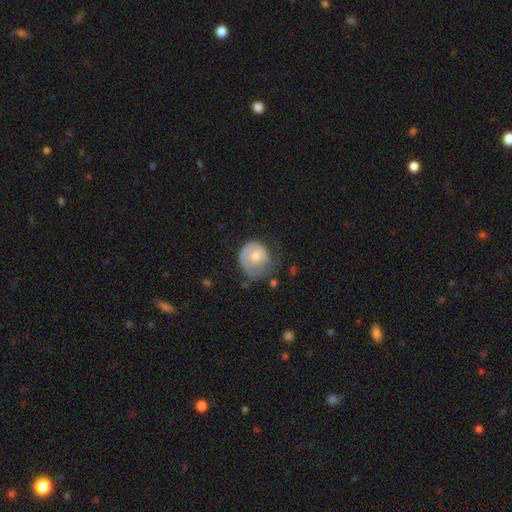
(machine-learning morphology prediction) Q: Smooth or featured?
A: smooth (49%); runner-up: featured or disk (44%)
Q: Merging?
A: none (40%); runner-up: minor disturbance (30%)